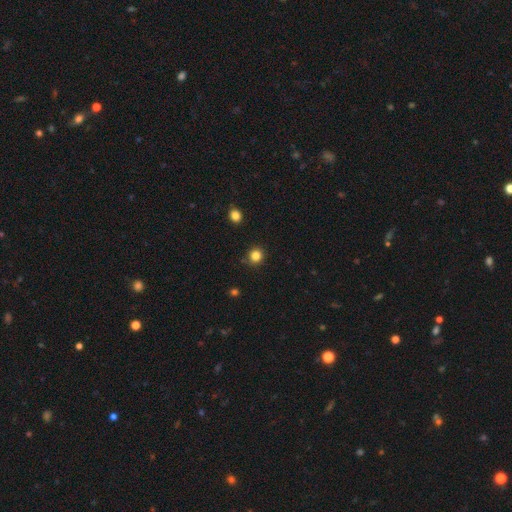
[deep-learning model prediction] This appears to be a smooth galaxy with no disk features (83%) that is round (91%). Merging: none (88%).